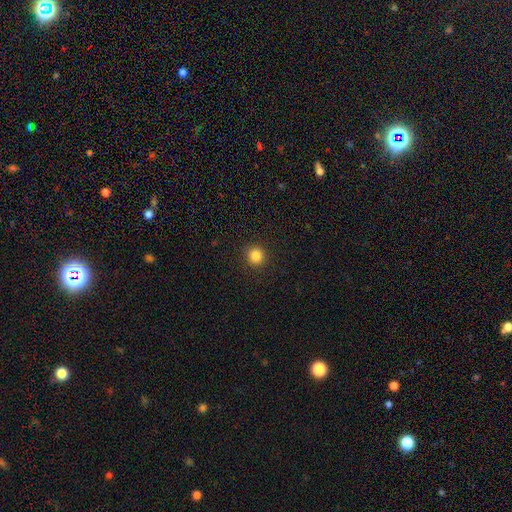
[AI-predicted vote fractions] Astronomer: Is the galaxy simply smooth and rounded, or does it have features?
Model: smooth — 84%.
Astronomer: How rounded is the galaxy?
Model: round — 93%.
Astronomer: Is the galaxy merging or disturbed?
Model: none — 92%.